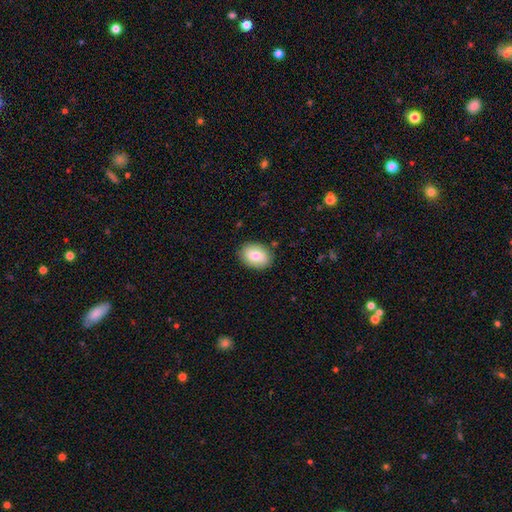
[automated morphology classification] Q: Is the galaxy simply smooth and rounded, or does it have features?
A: smooth — 74%.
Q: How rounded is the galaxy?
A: in between — 68%.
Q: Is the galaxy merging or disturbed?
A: none — 87%.